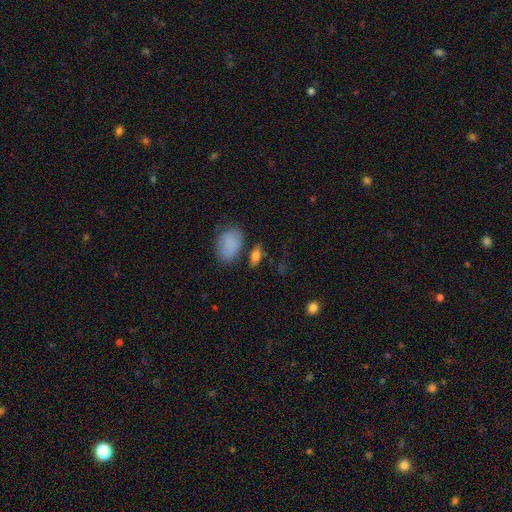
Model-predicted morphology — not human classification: Smooth or featured: smooth — 78% (featured or disk — 13%)
How rounded: in between — 83% (round — 10%)
Merging: none — 71% (minor disturbance — 15%)